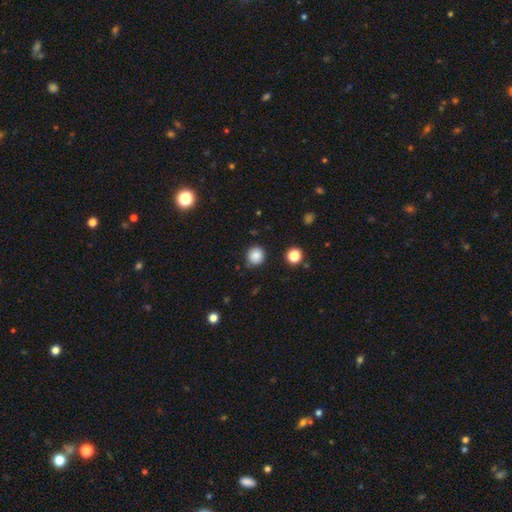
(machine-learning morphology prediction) Q: Smooth or featured?
A: smooth (86%); runner-up: star or artifact (11%)
Q: How rounded?
A: round (90%); runner-up: in between (9%)
Q: Merging?
A: none (87%); runner-up: minor disturbance (8%)